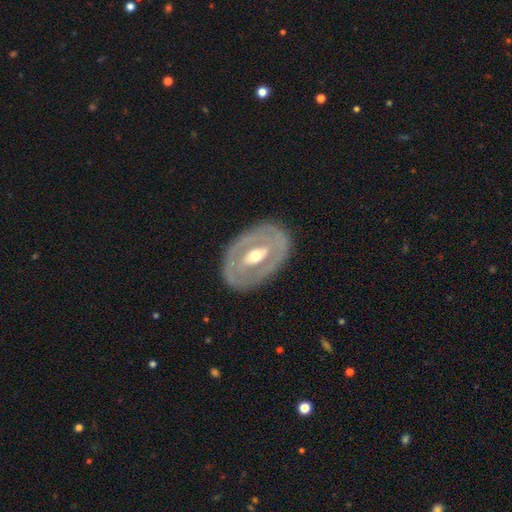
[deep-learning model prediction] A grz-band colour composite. It shows a featured or disk galaxy (73%) with no bar (39%), no spiral arms (69%) and a moderate central bulge (69%). Merging: none (81%).